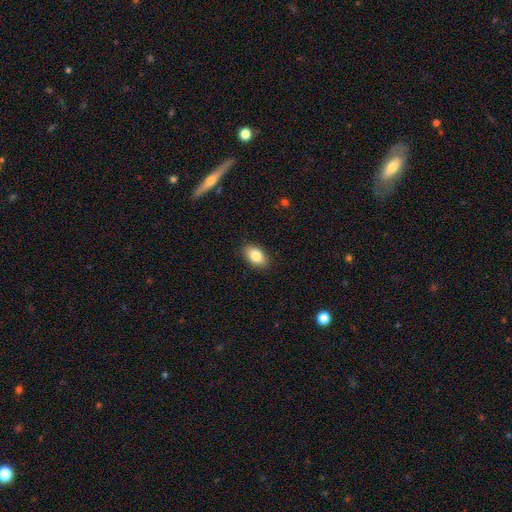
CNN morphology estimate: Smooth or featured? smooth (84%)
How rounded? in between (91%)
Merging? none (88%)